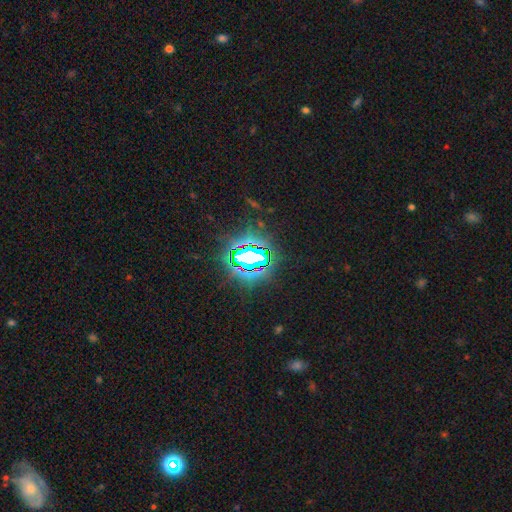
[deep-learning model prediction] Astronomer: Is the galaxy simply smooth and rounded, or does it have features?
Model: star or artifact — 79%.